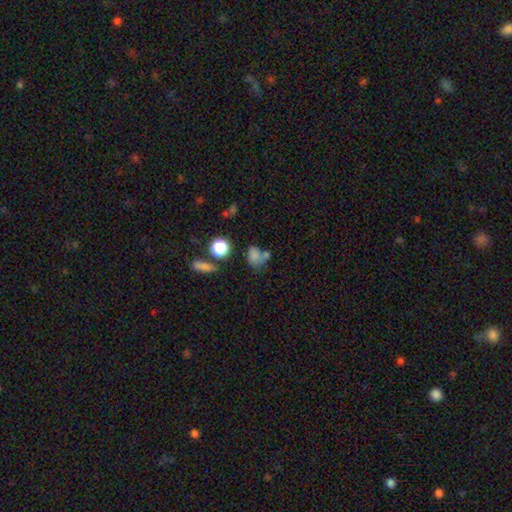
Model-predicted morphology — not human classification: Smooth or featured? smooth (75%)
How rounded? round (51%)
Merging? none (44%)